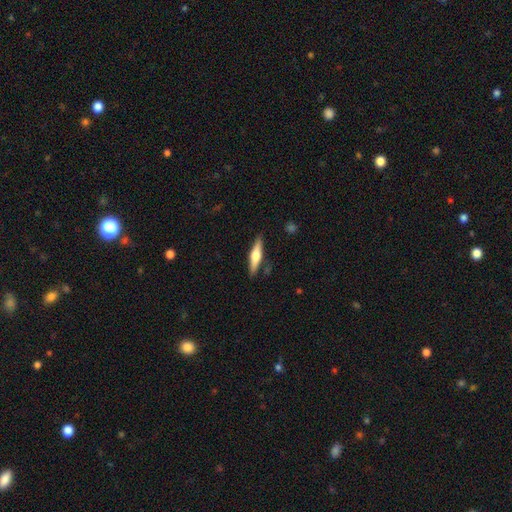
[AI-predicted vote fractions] A featured or disk galaxy (54%) viewed edge-on (96%) with a rounded central bulge (89%).

Vote fractions:
- Smooth or featured? featured or disk: 54% / smooth: 40% / star or artifact: 6%
- Edge-on disk? yes: 96% / no: 4%
- Edge-on bulge? rounded: 89% / boxy: 8% / none: 4%
- Merging? none: 85% / minor disturbance: 10% / major disturbance: 2% / merger: 2%